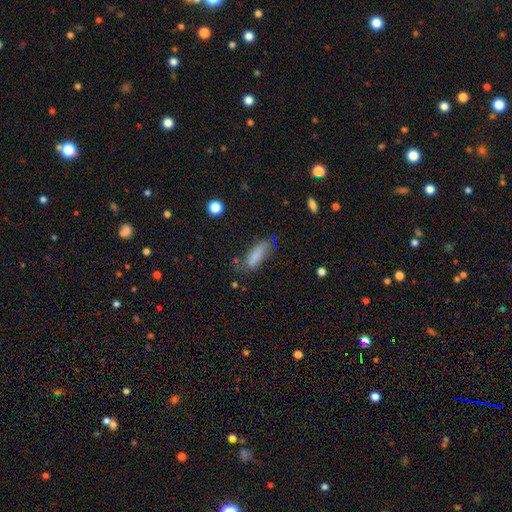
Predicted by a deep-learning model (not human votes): Q: Smooth or featured?
A: smooth (79%); runner-up: featured or disk (12%)
Q: How rounded?
A: in between (58%); runner-up: cigar-shaped (40%)
Q: Merging?
A: none (61%); runner-up: minor disturbance (26%)